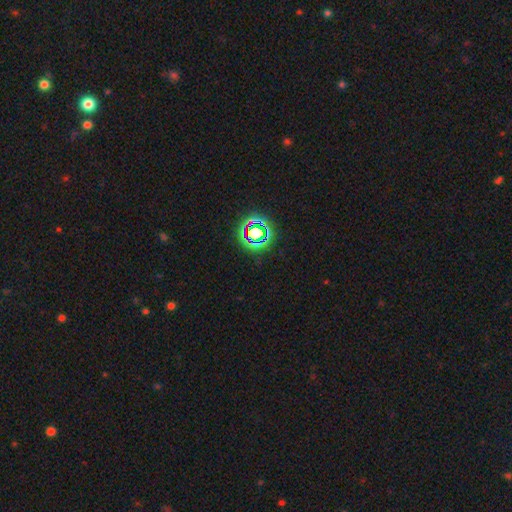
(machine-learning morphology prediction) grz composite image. It shows a star or artifact, not a galaxy (77%).